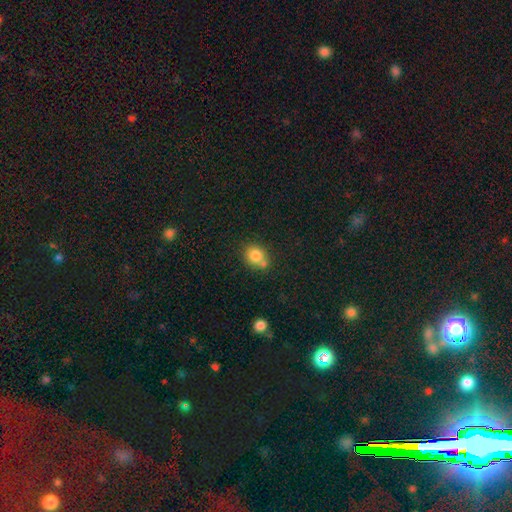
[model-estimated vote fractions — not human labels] Smooth or featured? smooth (80%)
How rounded? round (72%)
Merging? none (55%)